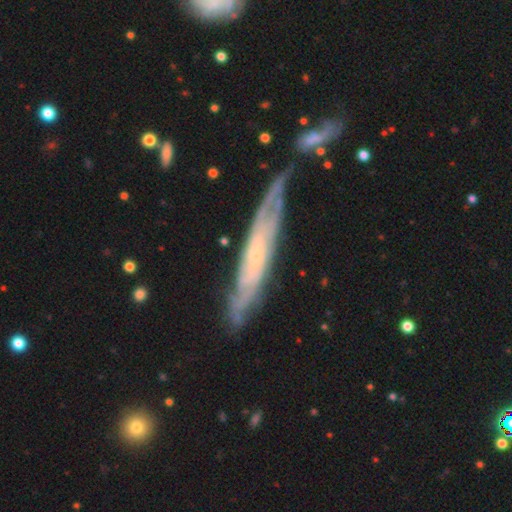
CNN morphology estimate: Smooth or featured? featured or disk (78%)
Edge-on disk? no (55%)
Merging? none (68%)